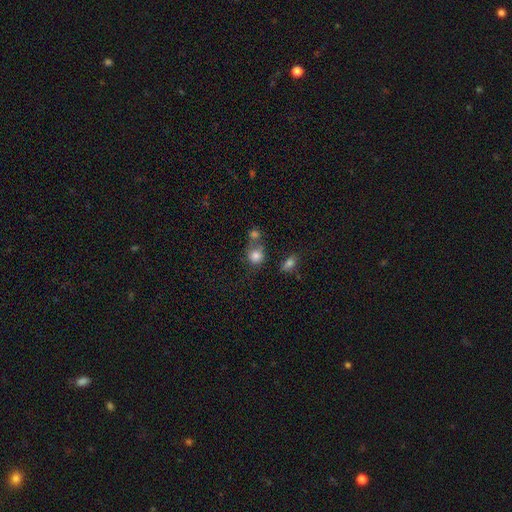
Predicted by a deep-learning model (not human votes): smooth 81%, star or artifact 11%, featured or disk 8%. Down the decision tree: how rounded — round (81%); merging — none (51%).